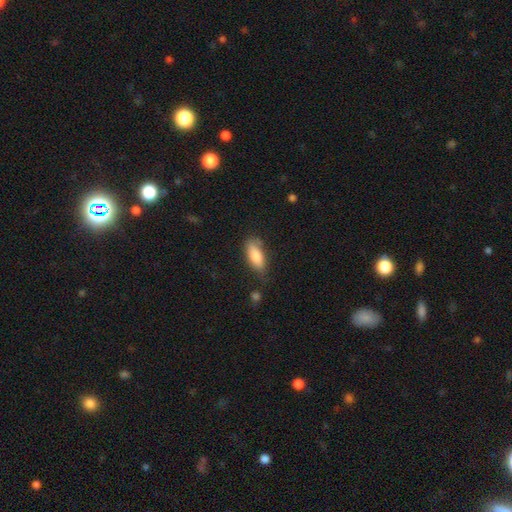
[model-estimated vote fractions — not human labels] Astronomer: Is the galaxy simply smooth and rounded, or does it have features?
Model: smooth — 83%.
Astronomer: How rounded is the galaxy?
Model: in between — 79%.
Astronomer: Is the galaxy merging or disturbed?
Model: none — 65%.